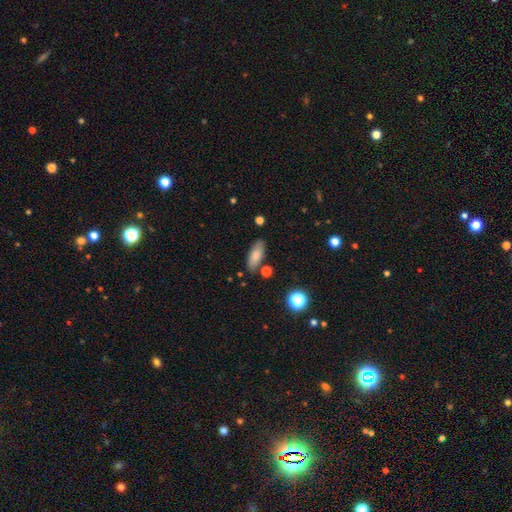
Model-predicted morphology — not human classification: smooth-or-featured: smooth: 81% | featured or disk: 11% | star or artifact: 8%
  how-rounded: in between: 74% | cigar-shaped: 22% | round: 3%
  merging: none: 80% | minor disturbance: 12% | merger: 5% | major disturbance: 3%